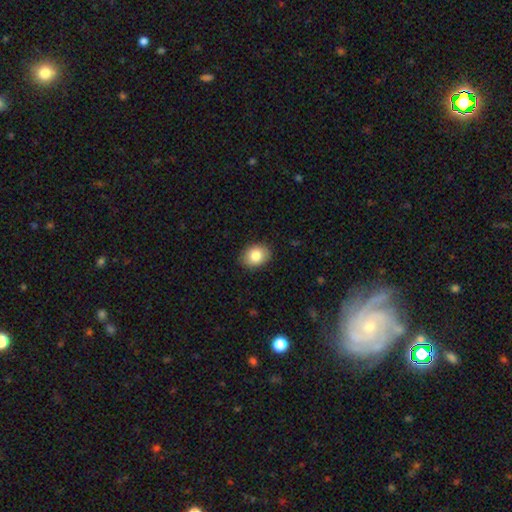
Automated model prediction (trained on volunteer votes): Smooth or featured? smooth (84%)
How rounded? in between (64%)
Merging? none (87%)